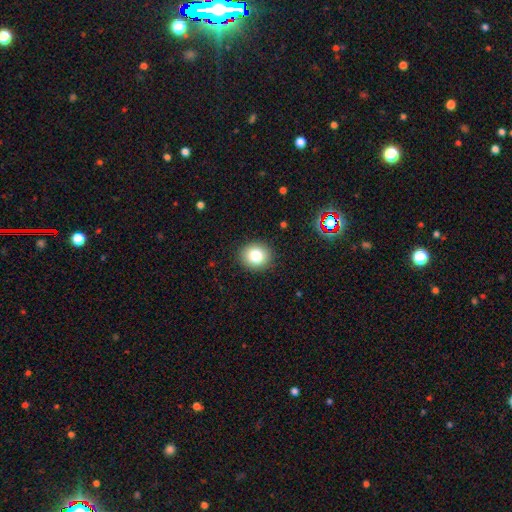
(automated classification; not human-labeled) Q: Smooth or featured?
A: smooth (81%); runner-up: star or artifact (11%)
Q: How rounded?
A: round (80%); runner-up: in between (19%)
Q: Merging?
A: none (91%); runner-up: minor disturbance (6%)